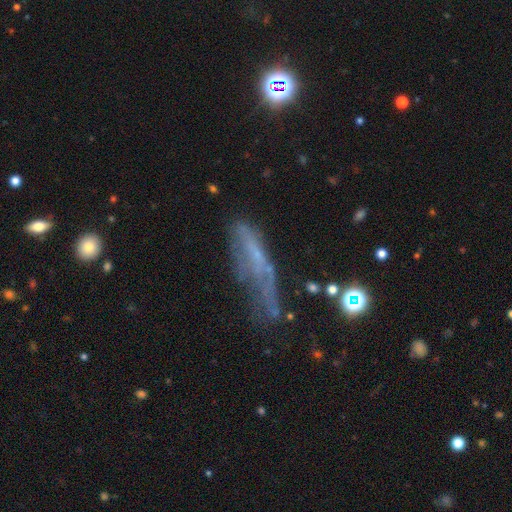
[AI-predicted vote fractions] Smooth or featured?
  - featured or disk: 47% *
  - smooth: 34%
  - star or artifact: 18%
Merging?
  - none: 33% * (tied)
  - major disturbance: 33% * (tied)
  - minor disturbance: 28%
  - merger: 6%